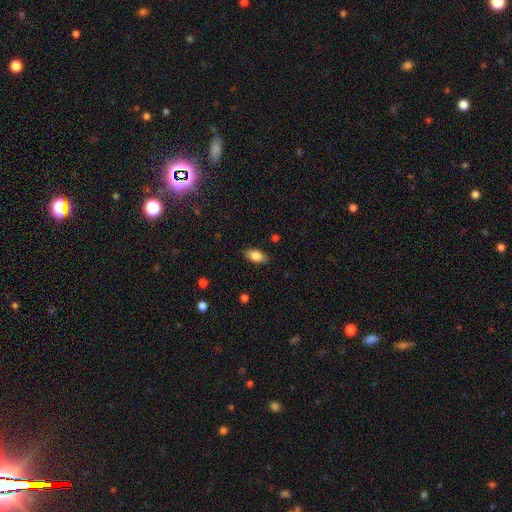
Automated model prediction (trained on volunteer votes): This is clearly a smooth galaxy (82%). How rounded: clearly in between (89%). Merging: clearly none (85%).